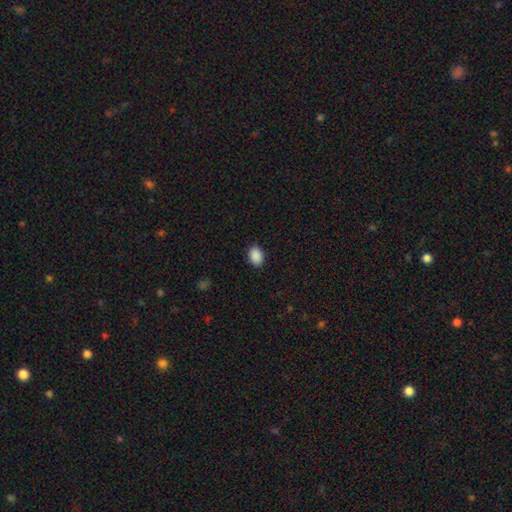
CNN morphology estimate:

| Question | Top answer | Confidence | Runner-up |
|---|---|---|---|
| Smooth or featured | smooth | 90% | star or artifact (8%) |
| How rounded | in between | 73% | round (26%) |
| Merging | none | 89% | minor disturbance (8%) |